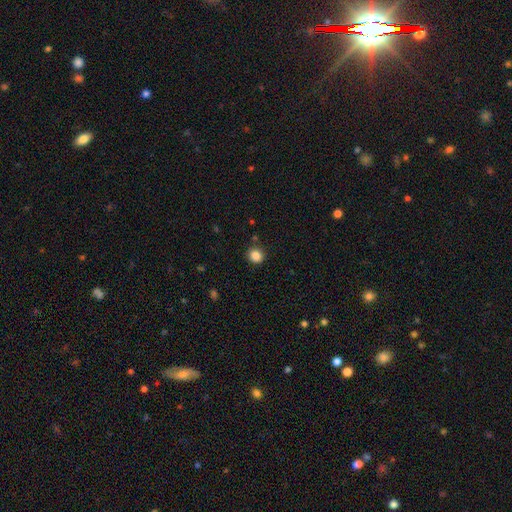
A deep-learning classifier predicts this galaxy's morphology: This is clearly a smooth galaxy (86%). How rounded: clearly round (86%). Merging: clearly none (88%).